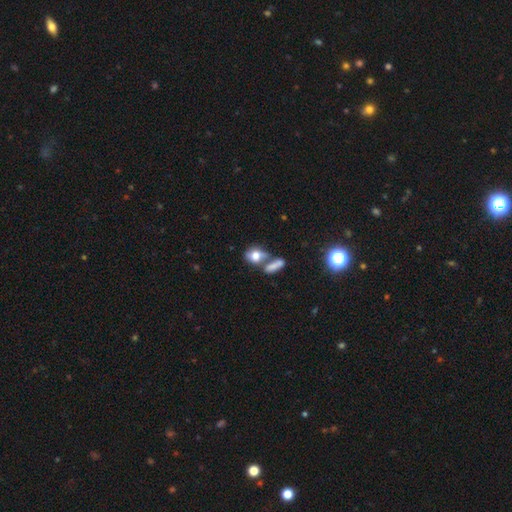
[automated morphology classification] Smooth or featured?
  - smooth: 68% *
  - featured or disk: 21%
  - star or artifact: 11%
How rounded?
  - in between: 64% *
  - round: 31%
  - cigar-shaped: 5%
Merging?
  - merger: 46% *
  - none: 35%
  - minor disturbance: 12%
  - major disturbance: 8%